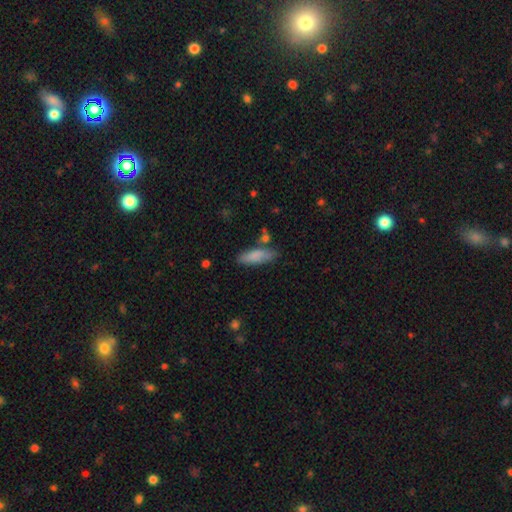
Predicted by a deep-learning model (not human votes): The model was most divided on "how rounded": in between: 59%, cigar-shaped: 40%, round: 2%. More confident: smooth or featured — smooth (84%); merging — none (71%).